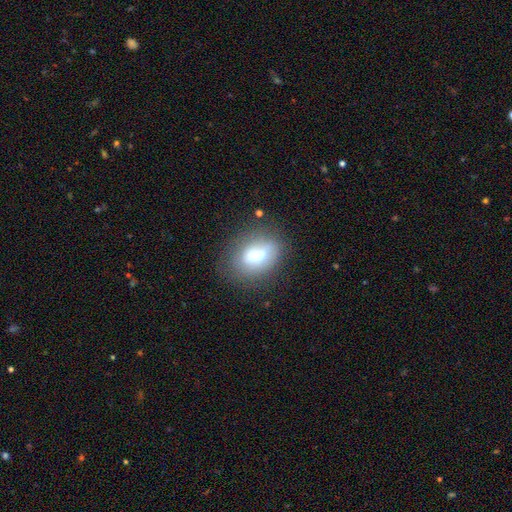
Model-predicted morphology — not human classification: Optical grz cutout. It shows a smooth galaxy with no disk features (64%) that is in between round and cigar-shaped (68%). Merging: none (65%).